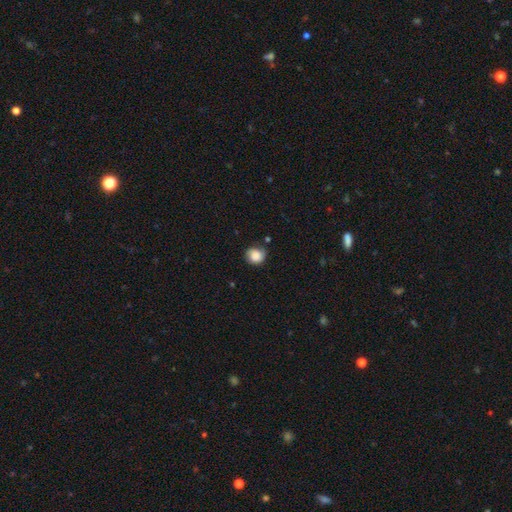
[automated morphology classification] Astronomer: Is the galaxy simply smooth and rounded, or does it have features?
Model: smooth — 83%.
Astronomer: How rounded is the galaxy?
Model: round — 81%.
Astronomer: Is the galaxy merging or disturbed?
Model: none — 69%.